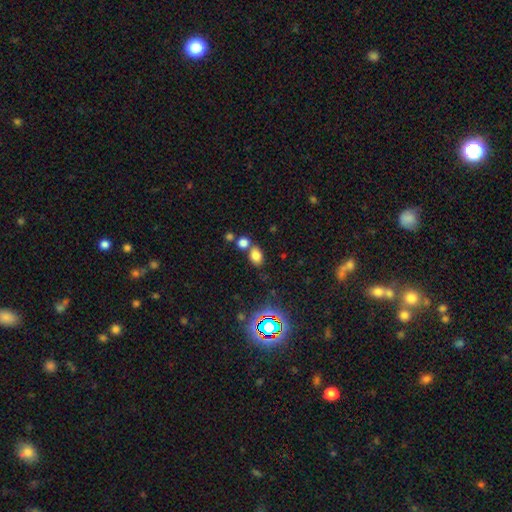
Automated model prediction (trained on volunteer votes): The model was most divided on "merging": none: 61%, merger: 24%, minor disturbance: 11%, major disturbance: 4%. More confident: smooth or featured — smooth (76%); how rounded — in between (72%).